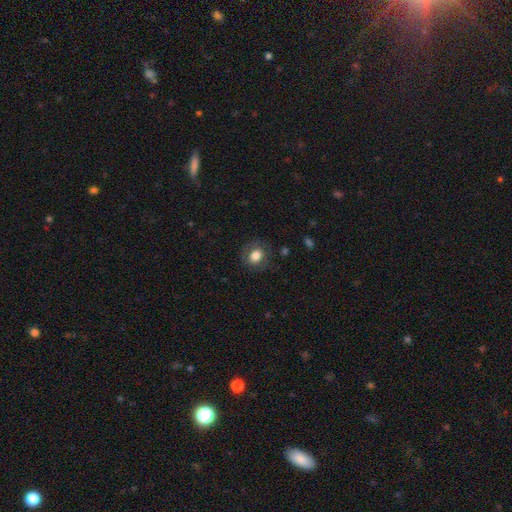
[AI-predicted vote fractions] Overall: smooth (78%). How rounded: round (67%; in between 32%). Merging: none (79%).